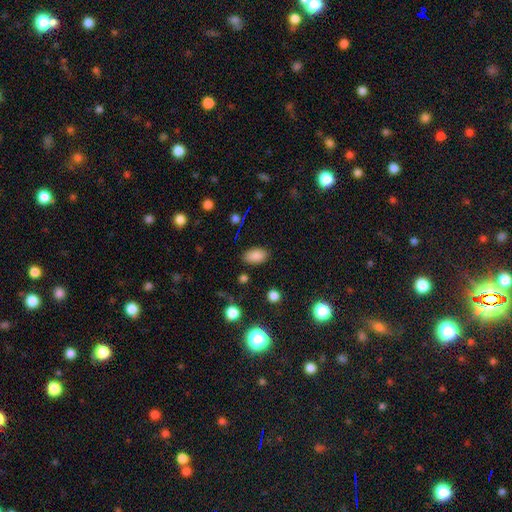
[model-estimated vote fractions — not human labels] This is clearly a smooth galaxy (85%). How rounded: clearly in between (92%). Merging: clearly none (85%).